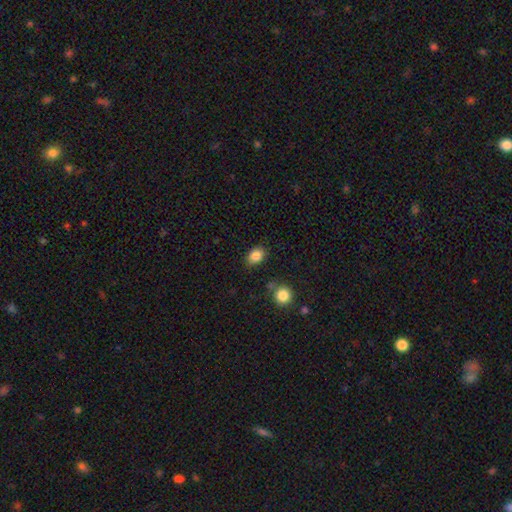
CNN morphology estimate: Smooth or featured: smooth — 85% (star or artifact — 9%)
How rounded: in between — 70% (round — 29%)
Merging: none — 81% (minor disturbance — 12%)